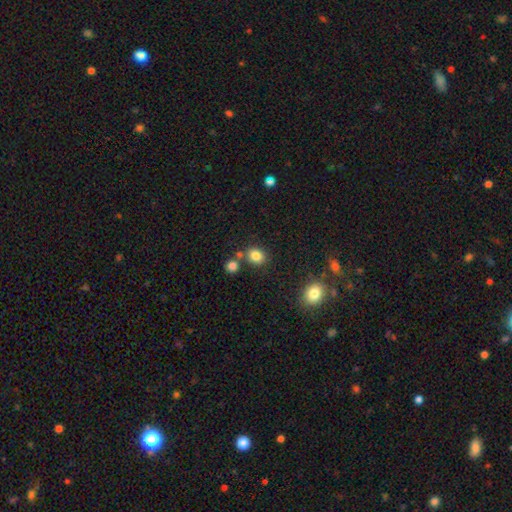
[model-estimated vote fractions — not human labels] Q: Smooth or featured?
A: smooth (83%); runner-up: star or artifact (12%)
Q: How rounded?
A: round (60%); runner-up: in between (39%)
Q: Merging?
A: none (73%); runner-up: merger (13%)